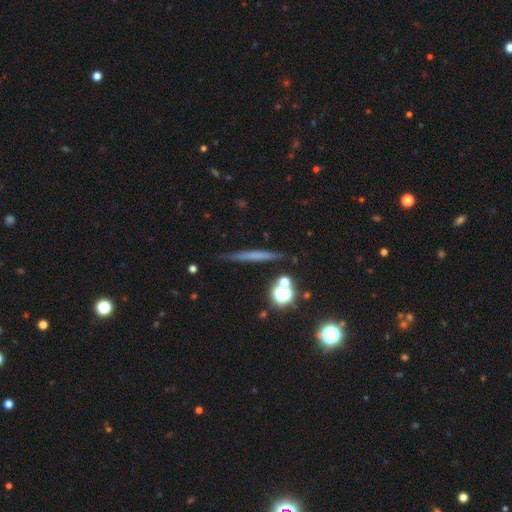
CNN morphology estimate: A smooth galaxy with no disk features (48%).

Vote fractions:
- Smooth or featured? smooth: 48% / featured or disk: 39% / star or artifact: 13%
- Merging? none: 86% / minor disturbance: 9% / merger: 3% / major disturbance: 2%